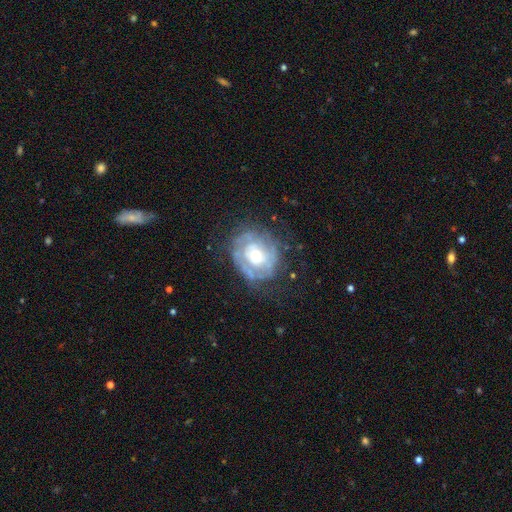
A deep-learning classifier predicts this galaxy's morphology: Smooth or featured?
  - featured or disk: 74% *
  - smooth: 18%
  - star or artifact: 7%
Edge-on disk?
  - no: 97% *
  - yes: 3%
Bar?
  - no: 75% *
  - weak: 20%
  - strong: 5%
Spiral arms?
  - yes: 71% *
  - no: 29%
Spiral winding?
  - tight: 66% *
  - medium: 25%
  - loose: 9%
Spiral arm count?
  - can't tell: 53% *
  - 2: 22%
  - 3: 10%
  - 1: 6%
  - 4: 5%
  - more than 4: 4%
Bulge size?
  - moderate: 56% *
  - small: 33%
  - large: 9%
  - none: 2%
  - dominant: 1%
Merging?
  - none: 64% *
  - minor disturbance: 21%
  - major disturbance: 13%
  - merger: 2%